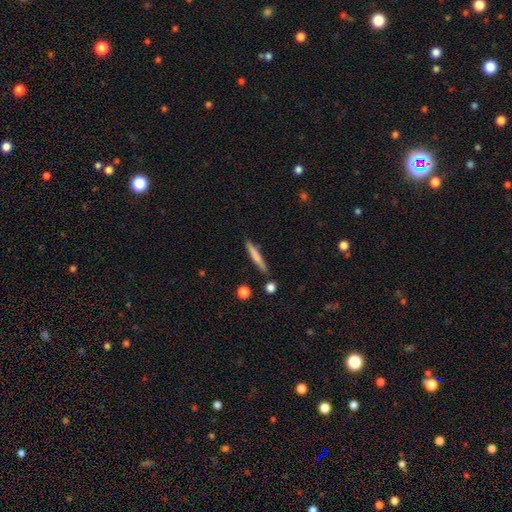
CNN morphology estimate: Q: Smooth or featured?
A: smooth (69%); runner-up: featured or disk (25%)
Q: How rounded?
A: cigar-shaped (94%); runner-up: in between (4%)
Q: Merging?
A: none (85%); runner-up: minor disturbance (9%)